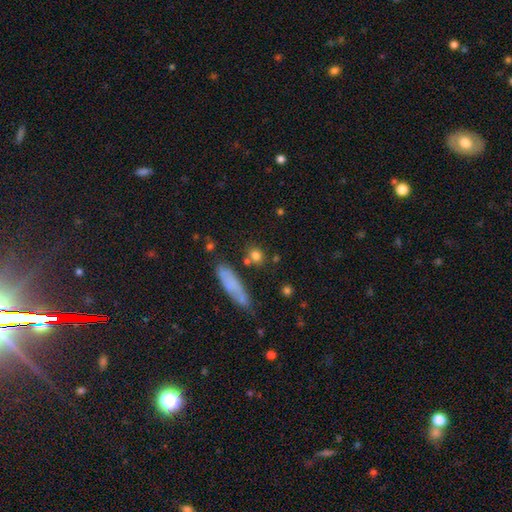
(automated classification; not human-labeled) Q: Smooth or featured?
A: smooth (78%); runner-up: star or artifact (13%)
Q: How rounded?
A: round (64%); runner-up: in between (25%)
Q: Merging?
A: none (75%); runner-up: minor disturbance (11%)